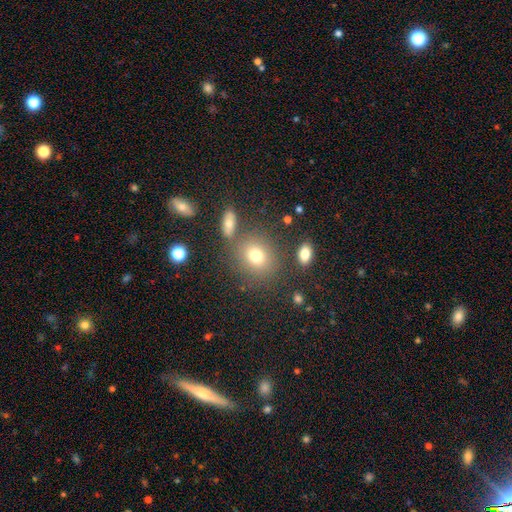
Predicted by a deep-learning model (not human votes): The model was most divided on "how rounded": round: 66%, in between: 32%, cigar-shaped: 1%. More confident: merging — none (75%); smooth or featured — smooth (74%).